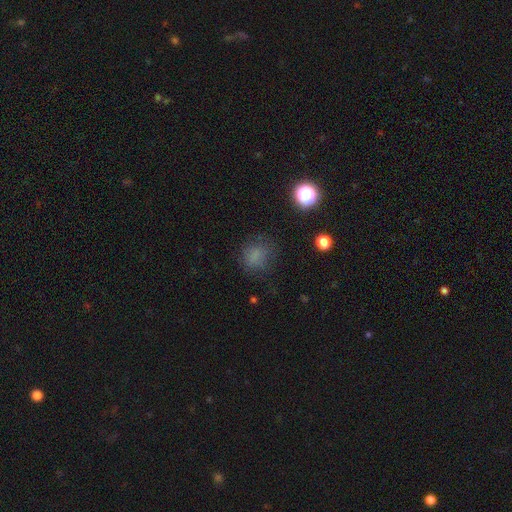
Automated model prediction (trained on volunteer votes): smooth-or-featured: smooth: 72% | star or artifact: 19% | featured or disk: 9%
  how-rounded: round: 70% | in between: 29% | cigar-shaped: 1%
  merging: none: 69% | minor disturbance: 19% | major disturbance: 10% | merger: 2%